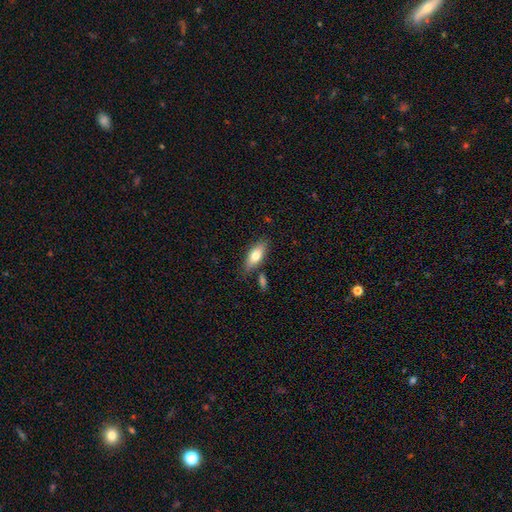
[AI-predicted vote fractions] smooth 73%, featured or disk 21%, star or artifact 6%. Down the decision tree: how rounded — in between (76%); merging — none (75%).